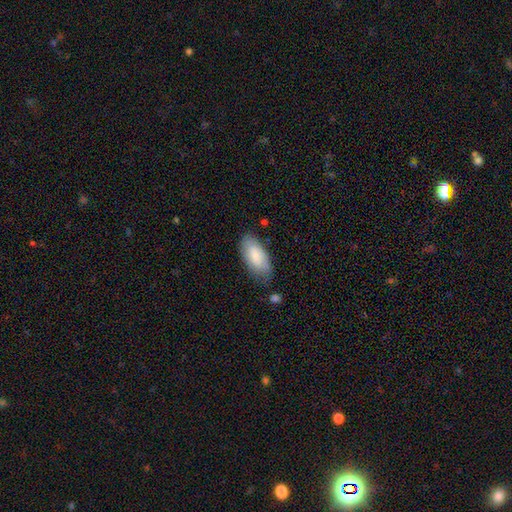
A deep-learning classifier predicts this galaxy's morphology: Smooth or featured? smooth (78%)
How rounded? in between (92%)
Merging? none (70%)